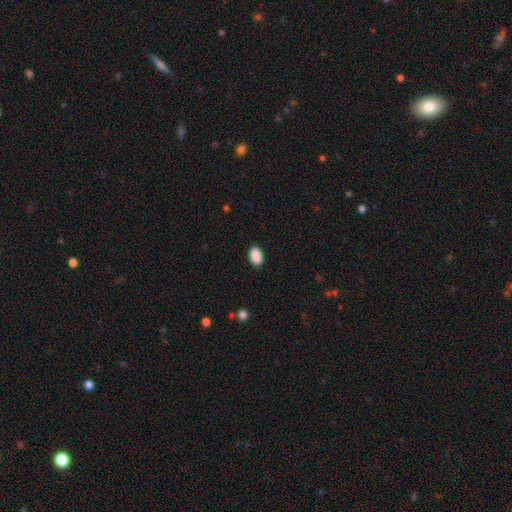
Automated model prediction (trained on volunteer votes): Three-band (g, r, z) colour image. It shows a smooth galaxy with no disk features (90%) that is in between round and cigar-shaped (89%). Merging: none (88%).